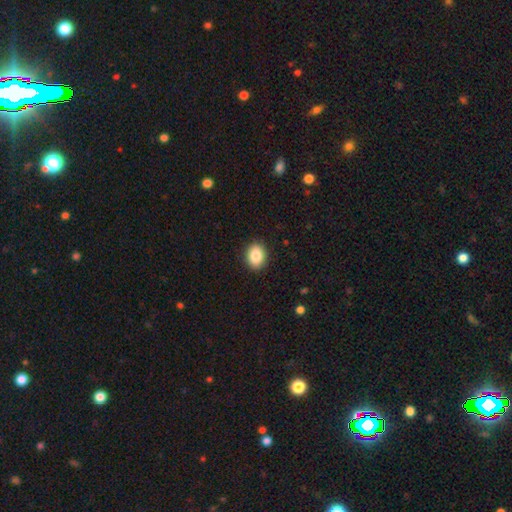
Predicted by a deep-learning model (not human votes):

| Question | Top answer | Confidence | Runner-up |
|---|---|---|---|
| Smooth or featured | smooth | 86% | star or artifact (8%) |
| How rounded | in between | 63% | round (36%) |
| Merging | none | 90% | minor disturbance (7%) |